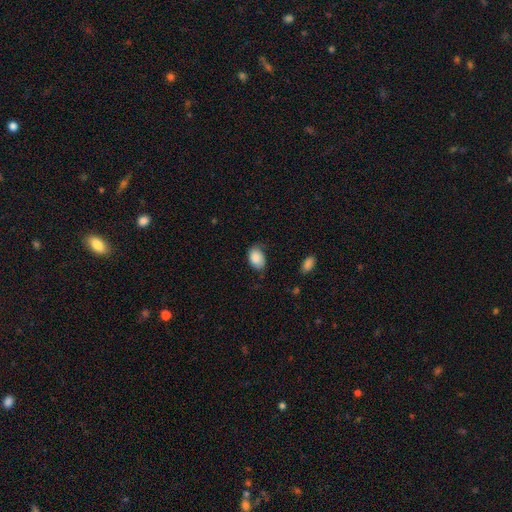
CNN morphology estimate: Overall: smooth (87%). How rounded: in between (84%). Merging: none (63%; minor disturbance 28%).